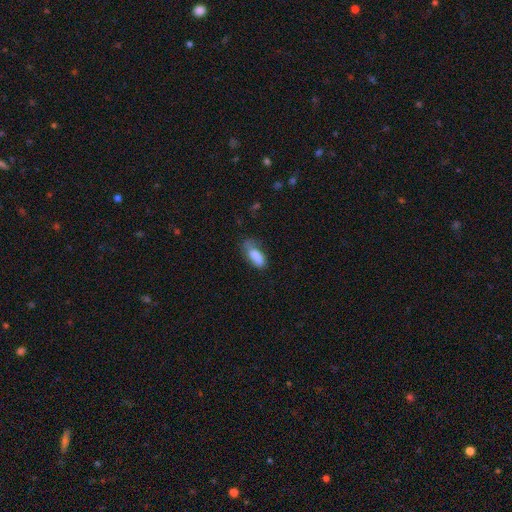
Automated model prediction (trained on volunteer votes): This is likely a smooth galaxy (77%). How rounded: clearly in between (80%). Merging: marginally none (44%).